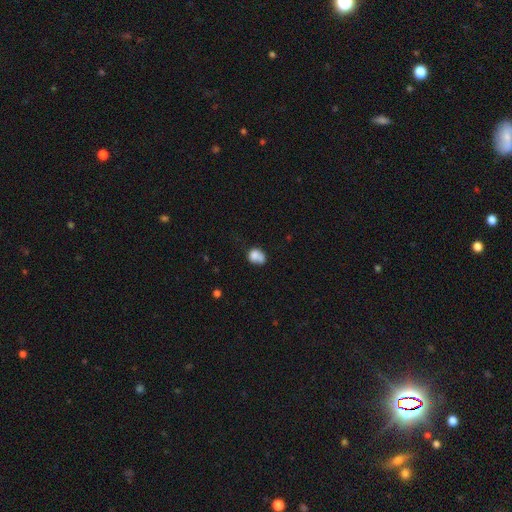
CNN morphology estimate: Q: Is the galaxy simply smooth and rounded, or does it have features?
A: smooth — 76%.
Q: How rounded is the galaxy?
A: in between — 53%.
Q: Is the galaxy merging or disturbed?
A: none — 34%.